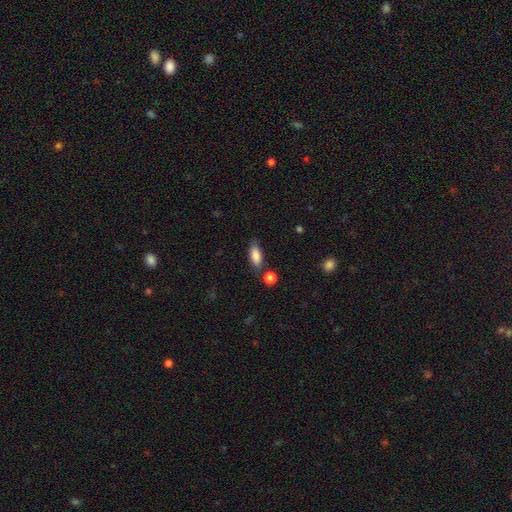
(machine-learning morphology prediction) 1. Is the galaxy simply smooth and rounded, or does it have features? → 84% smooth, 9% featured or disk, 7% star or artifact.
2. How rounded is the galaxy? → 79% in between, 18% cigar-shaped, 3% round.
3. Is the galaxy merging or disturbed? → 74% none, 16% minor disturbance, 6% merger, 4% major disturbance.